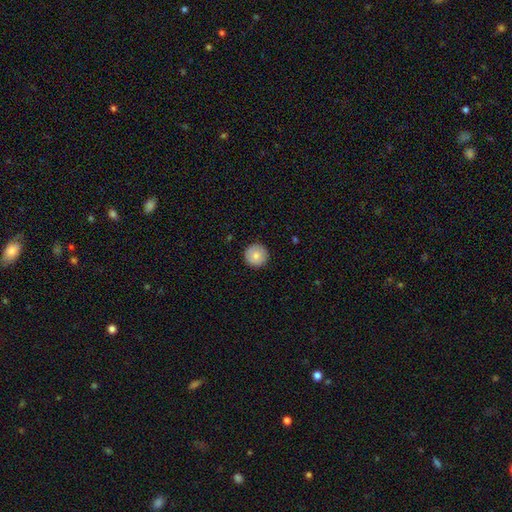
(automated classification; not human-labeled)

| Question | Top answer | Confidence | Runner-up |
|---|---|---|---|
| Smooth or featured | smooth | 79% | featured or disk (14%) |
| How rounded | round | 96% | in between (3%) |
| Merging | none | 92% | minor disturbance (5%) |